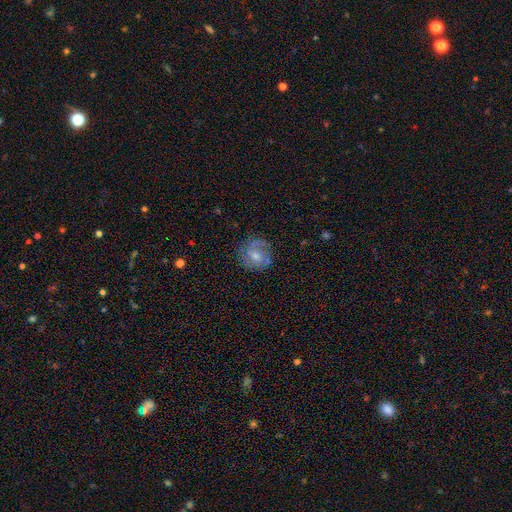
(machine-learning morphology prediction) Smooth or featured? Predicted: featured or disk (p=0.63). Edge-on disk? Predicted: no (p=0.97). Bar? Predicted: no (p=0.48). Spiral arms? Predicted: yes (p=0.85). Spiral winding? Predicted: tight (p=0.47). Spiral arm count? Predicted: 2 (p=0.44). Bulge size? Predicted: moderate (p=0.56). Merging? Predicted: none (p=0.75).